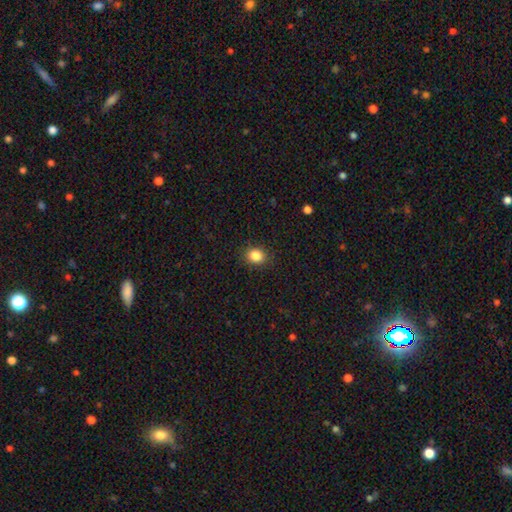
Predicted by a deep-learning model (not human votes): A smooth galaxy with no disk features (85%) that is round (66%).

Vote fractions:
- Smooth or featured? smooth: 85% / star or artifact: 11% / featured or disk: 4%
- How rounded? round: 66% / in between: 33% / cigar-shaped: 1%
- Merging? none: 88% / minor disturbance: 8% / major disturbance: 2% / merger: 1%